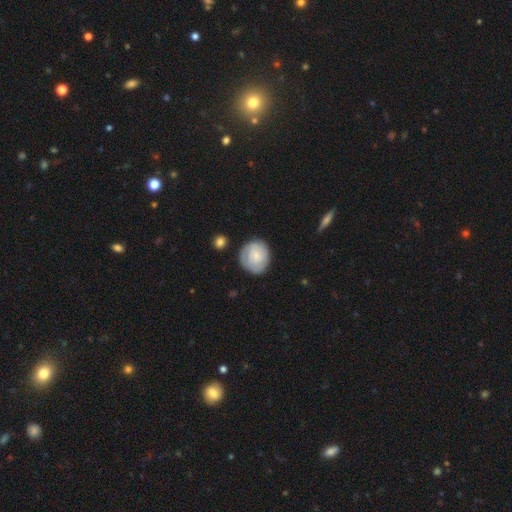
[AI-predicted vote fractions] The model was most divided on "smooth or featured": smooth: 52%, featured or disk: 41%, star or artifact: 6%. More confident: how rounded — round (80%); merging — none (77%).